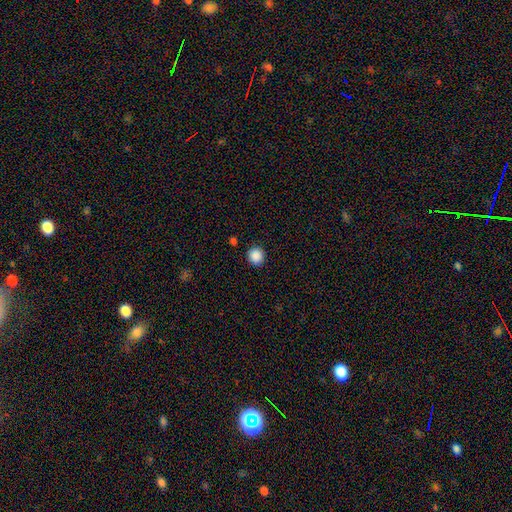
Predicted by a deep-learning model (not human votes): Overall: smooth (88%). How rounded: round (92%). Merging: none (90%).